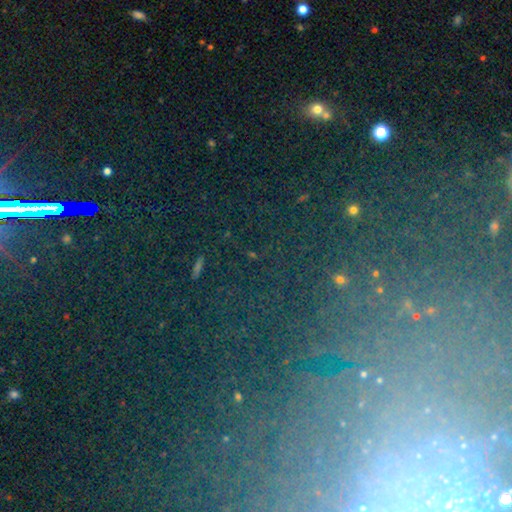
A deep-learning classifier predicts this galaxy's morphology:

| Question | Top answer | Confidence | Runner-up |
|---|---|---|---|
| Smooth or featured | star or artifact | 67% | smooth (17%) |